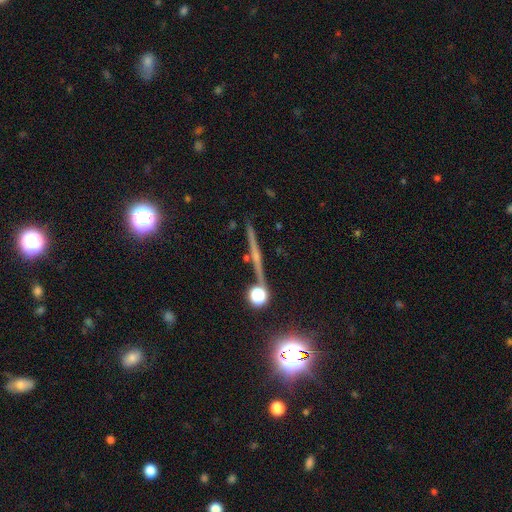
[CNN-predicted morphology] This is possibly a featured or disk galaxy (55%). It is clearly viewed edge-on (93%). Edge-on bulge: possibly none (54%). Merging: clearly none (87%).